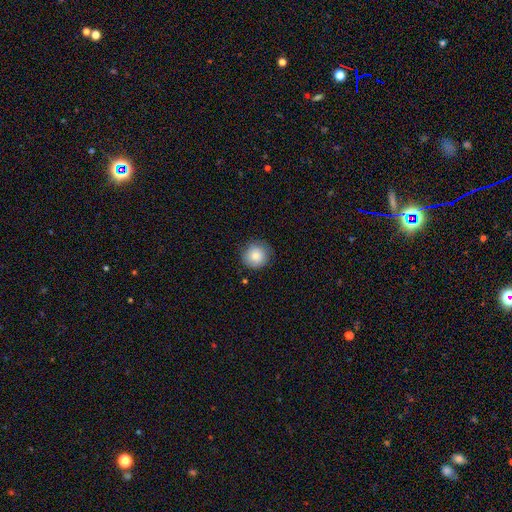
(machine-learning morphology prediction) A smooth galaxy with no disk features (83%) that is round (93%). Merging: none (84%).